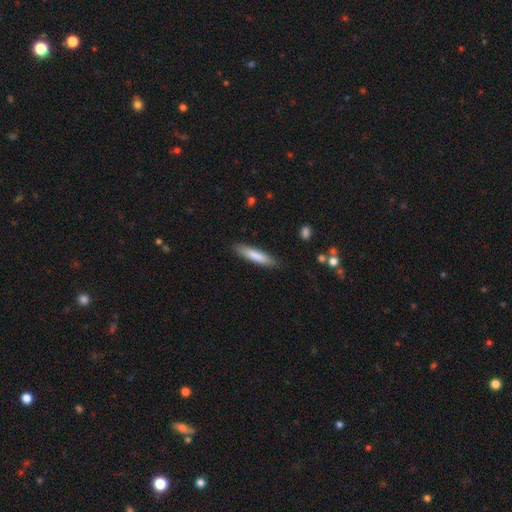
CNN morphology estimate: Smooth or featured: smooth — 79% (featured or disk — 15%)
How rounded: cigar-shaped — 86% (in between — 13%)
Merging: none — 87% (minor disturbance — 9%)